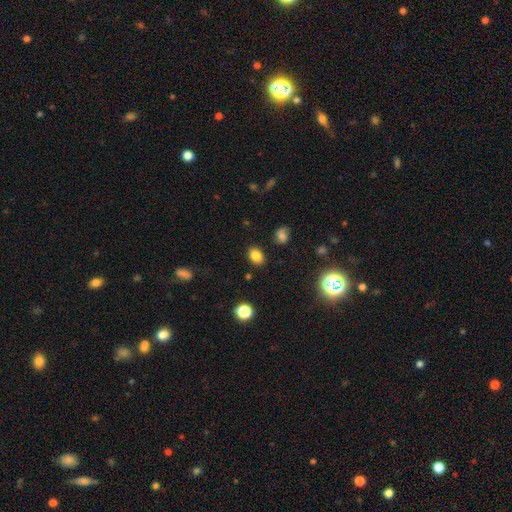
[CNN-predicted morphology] smooth 82%, star or artifact 12%, featured or disk 6%. Down the decision tree: how rounded — in between (72%); merging — none (86%).